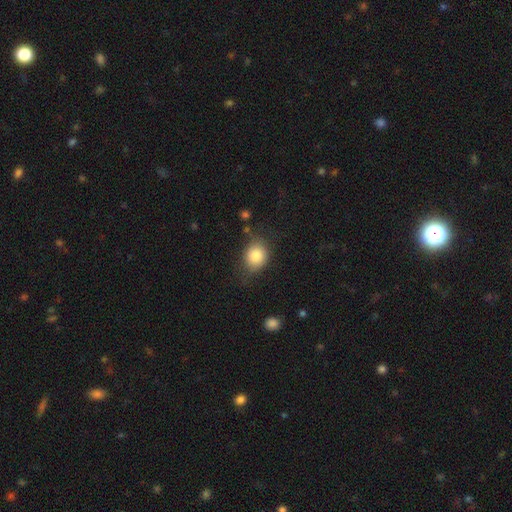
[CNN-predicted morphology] Q: Smooth or featured?
A: smooth (82%); runner-up: featured or disk (9%)
Q: How rounded?
A: round (60%); runner-up: in between (39%)
Q: Merging?
A: none (69%); runner-up: minor disturbance (22%)